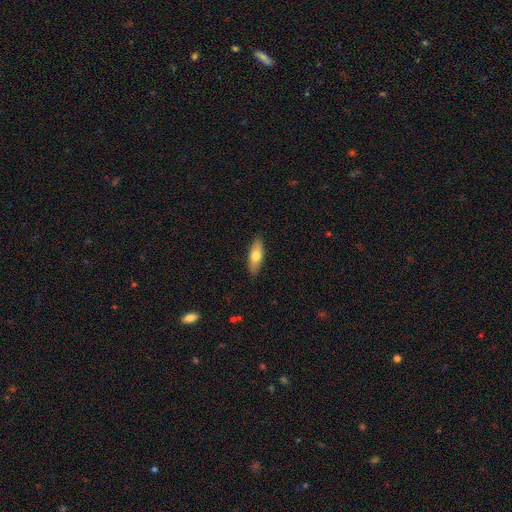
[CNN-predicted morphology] This appears to be a smooth galaxy with no disk features (70%) that is in between round and cigar-shaped (63%). Merging: none (88%).